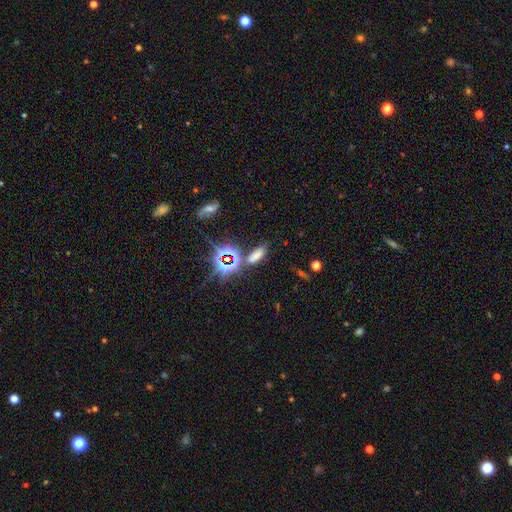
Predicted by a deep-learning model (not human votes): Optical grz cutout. It shows a smooth galaxy with no disk features (60%) that is in between round and cigar-shaped (62%). Merging: none (71%).